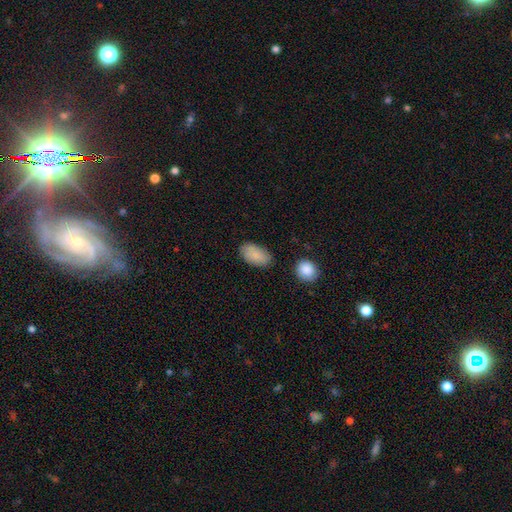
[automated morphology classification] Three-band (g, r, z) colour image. It shows a smooth galaxy with no disk features (87%) that is in between round and cigar-shaped (94%). Merging: none (78%).